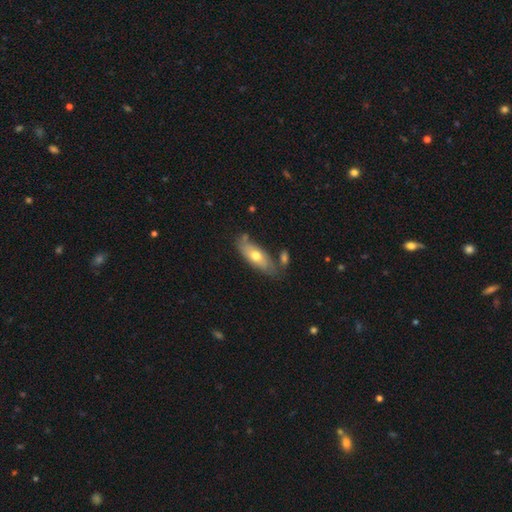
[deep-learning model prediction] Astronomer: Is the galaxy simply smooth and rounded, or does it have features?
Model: smooth — 61%.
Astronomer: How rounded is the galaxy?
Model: in between — 73%.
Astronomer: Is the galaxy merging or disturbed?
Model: none — 66%.